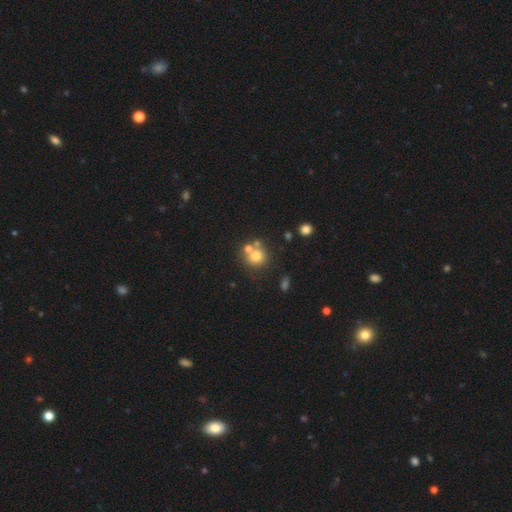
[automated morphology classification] smooth 72%, featured or disk 14%, star or artifact 13%. Down the decision tree: how rounded — round (87%); merging — none (55%).